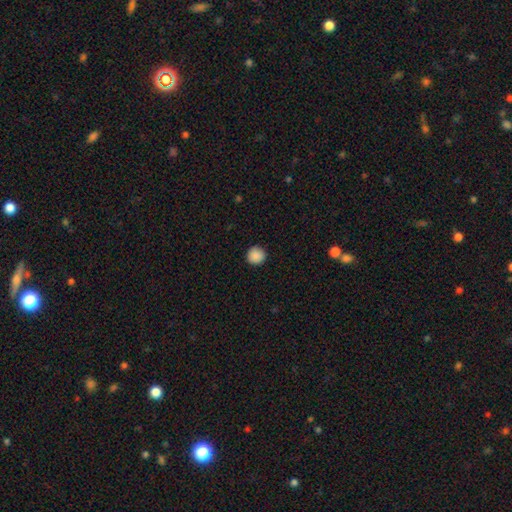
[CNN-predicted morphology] This is clearly a smooth galaxy (89%). How rounded: clearly round (95%). Merging: clearly none (92%).